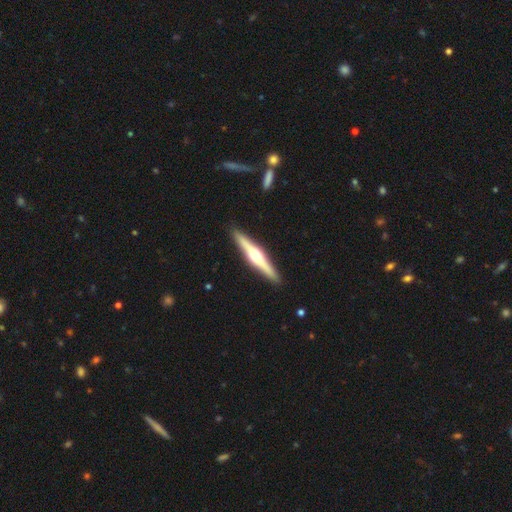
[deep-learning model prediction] Morphology: type=featured or disk (72%); edge-on=yes (98%); edge-on bulge=rounded (92%); merging=none (91%).